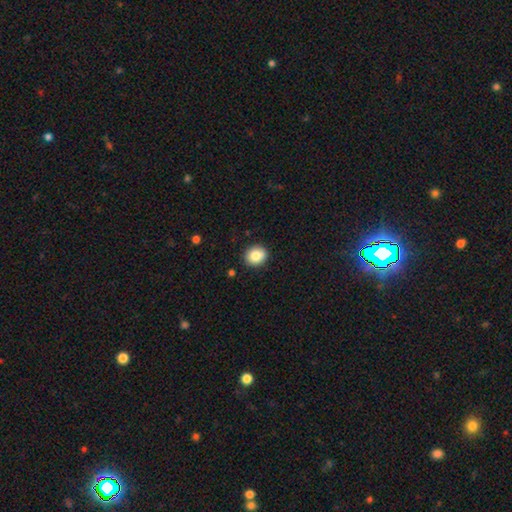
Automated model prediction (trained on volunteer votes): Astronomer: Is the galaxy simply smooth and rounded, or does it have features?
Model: smooth — 84%.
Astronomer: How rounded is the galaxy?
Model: round — 75%.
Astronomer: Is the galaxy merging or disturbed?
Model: none — 90%.